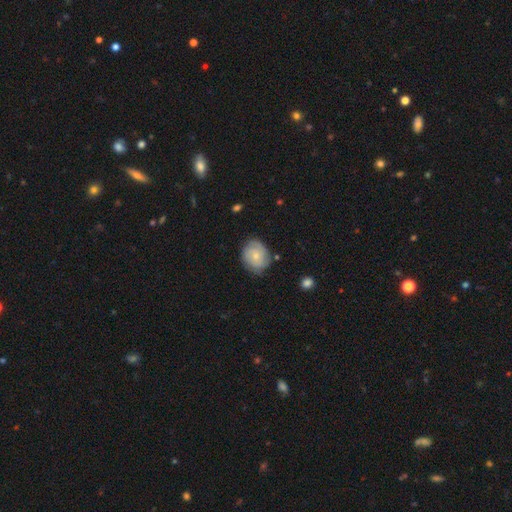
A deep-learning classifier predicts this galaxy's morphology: This is possibly a smooth galaxy (49%). Merging: likely none (71%).